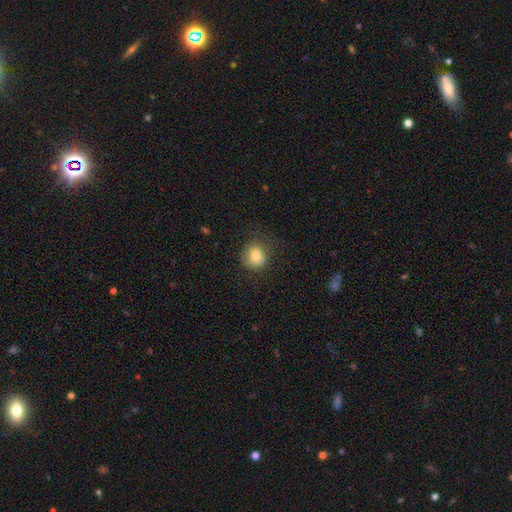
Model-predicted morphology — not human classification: A smooth galaxy with no disk features (80%) that is round (79%).

Vote fractions:
- Smooth or featured? smooth: 80% / star or artifact: 10% / featured or disk: 10%
- How rounded? round: 79% / in between: 20% / cigar-shaped: 1%
- Merging? none: 66% / minor disturbance: 23% / major disturbance: 9% / merger: 1%